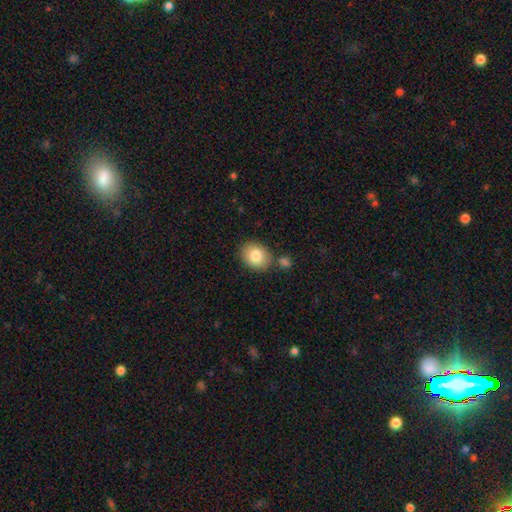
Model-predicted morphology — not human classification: Smooth or featured? smooth (83%)
How rounded? in between (51%)
Merging? none (77%)